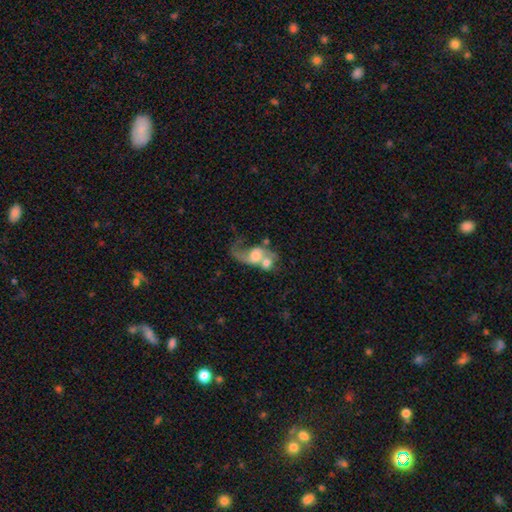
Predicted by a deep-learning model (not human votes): smooth_or_featured: featured or disk (p=0.57) [alt: smooth p=0.34]
disk_edge_on: no (p=0.96) [alt: yes p=0.04]
bar: no (p=0.68) [alt: weak p=0.26]
has_spiral_arms: yes (p=0.73) [alt: no p=0.27]
bulge_size: moderate (p=0.39) [alt: large p=0.30]
merging: merger (p=0.65) [alt: major disturbance p=0.17]